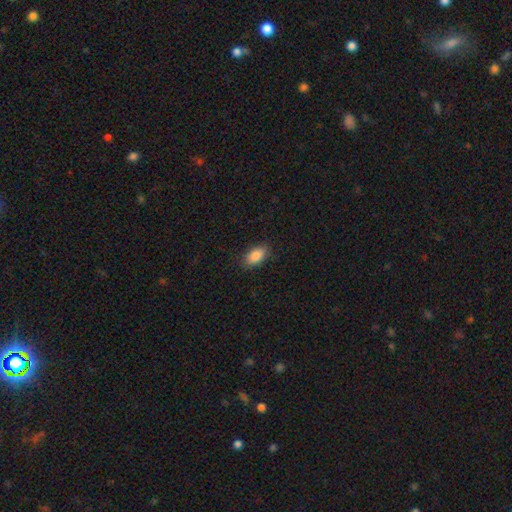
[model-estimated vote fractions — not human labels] smooth 85%, star or artifact 7%, featured or disk 7%. Down the decision tree: how rounded — in between (91%); merging — none (87%).